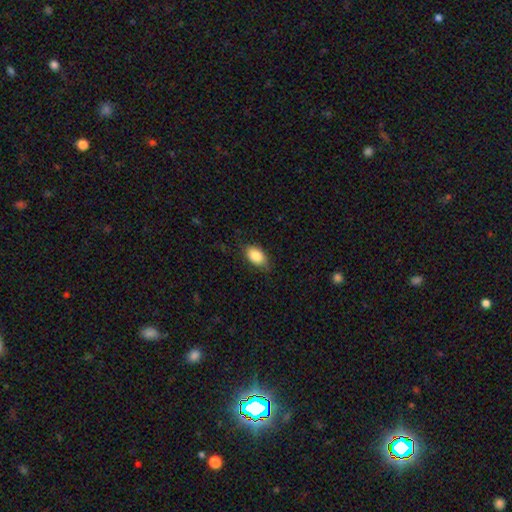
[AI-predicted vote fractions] Smooth or featured? Predicted: smooth (p=0.85). How rounded? Predicted: in between (p=0.88). Merging? Predicted: none (p=0.72).